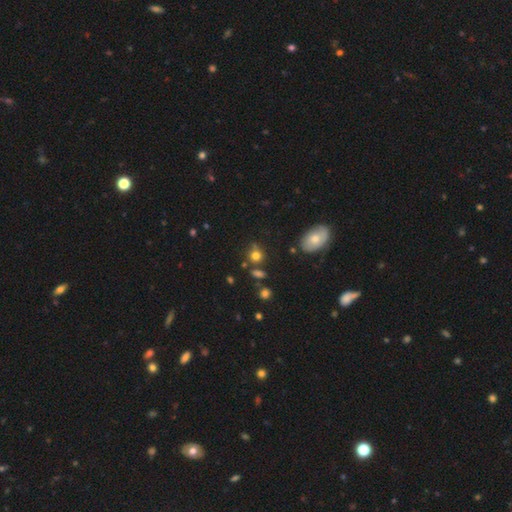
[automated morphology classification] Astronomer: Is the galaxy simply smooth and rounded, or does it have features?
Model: smooth — 75%.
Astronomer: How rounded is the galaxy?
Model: round — 74%.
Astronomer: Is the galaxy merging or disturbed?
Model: none — 65%.